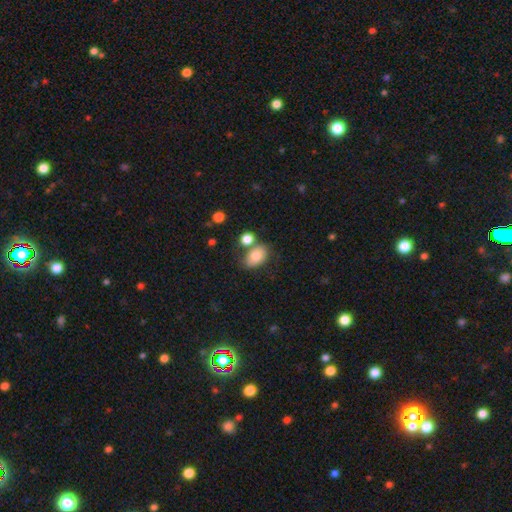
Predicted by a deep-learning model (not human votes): Smooth or featured? smooth (75%)
How rounded? in between (78%)
Merging? none (55%)